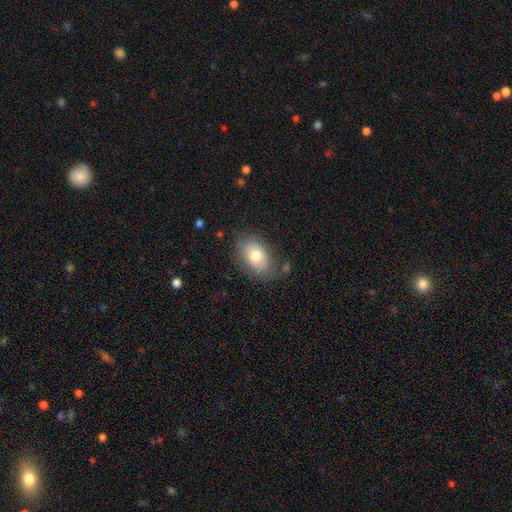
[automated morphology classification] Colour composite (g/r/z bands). It shows a smooth galaxy with no disk features (73%) that is in between round and cigar-shaped (86%). Merging: none (69%).